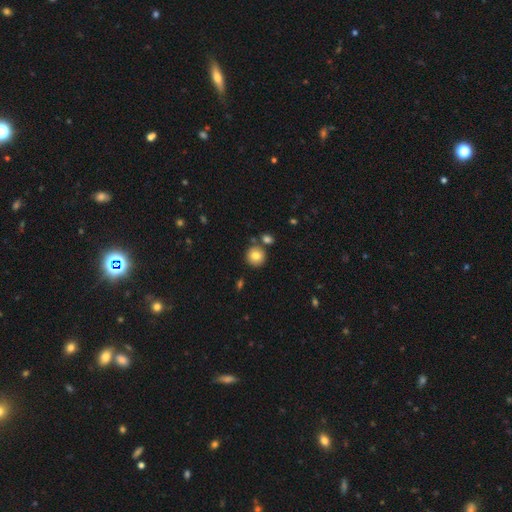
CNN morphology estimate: Q: Smooth or featured?
A: smooth (80%); runner-up: star or artifact (10%)
Q: How rounded?
A: round (92%); runner-up: in between (7%)
Q: Merging?
A: none (79%); runner-up: merger (11%)